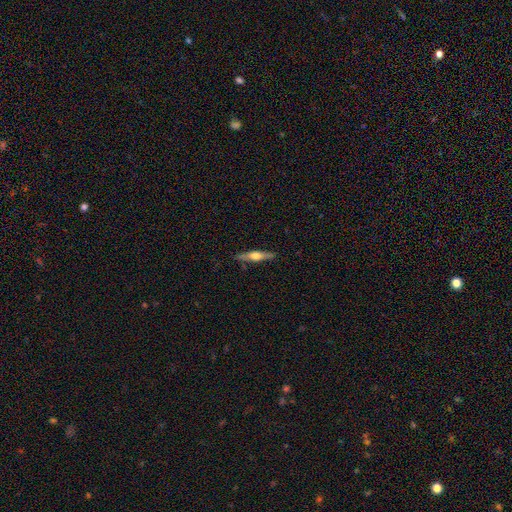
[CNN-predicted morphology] smooth_or_featured: featured or disk (p=0.63) [alt: smooth p=0.31]
disk_edge_on: yes (p=0.96) [alt: no p=0.04]
edge_on_bulge: rounded (p=0.91) [alt: boxy p=0.06]
merging: none (p=0.88) [alt: minor disturbance p=0.09]